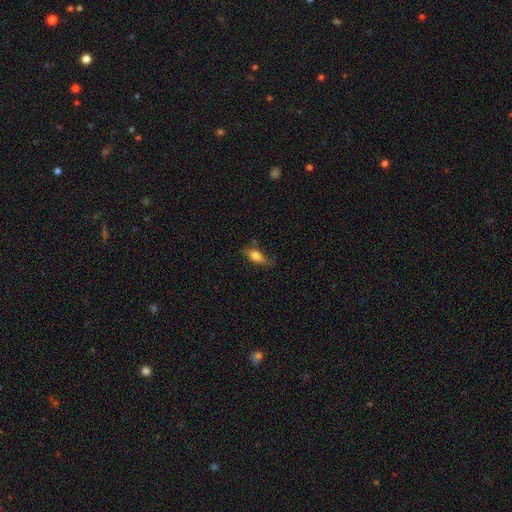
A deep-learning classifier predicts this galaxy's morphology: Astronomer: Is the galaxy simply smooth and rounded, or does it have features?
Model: smooth — 66%.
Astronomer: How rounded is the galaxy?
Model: in between — 69%.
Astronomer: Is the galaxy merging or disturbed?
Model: none — 65%.